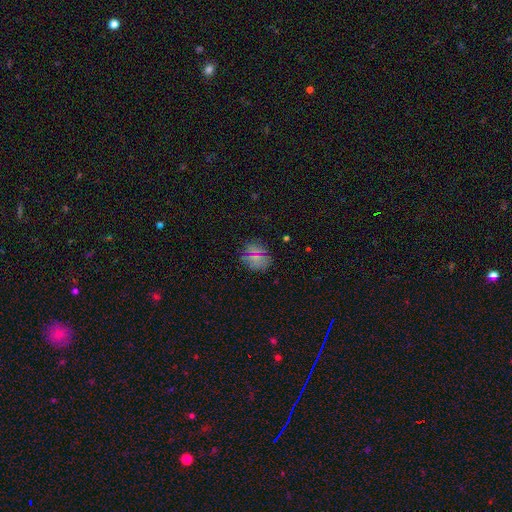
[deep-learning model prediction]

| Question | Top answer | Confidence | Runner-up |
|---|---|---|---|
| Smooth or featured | smooth | 67% | star or artifact (25%) |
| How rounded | round | 77% | in between (21%) |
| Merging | none | 84% | minor disturbance (11%) |